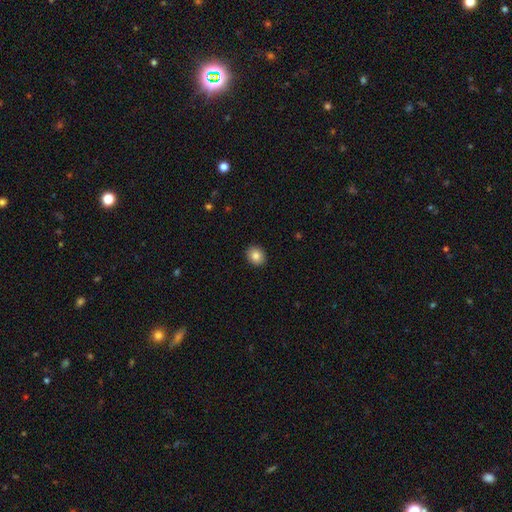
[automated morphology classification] Smooth or featured?
  - smooth: 85% *
  - star or artifact: 9%
  - featured or disk: 6%
How rounded?
  - round: 67% *
  - in between: 32%
  - cigar-shaped: 1%
Merging?
  - none: 91% *
  - minor disturbance: 6%
  - major disturbance: 2%
  - merger: 1%